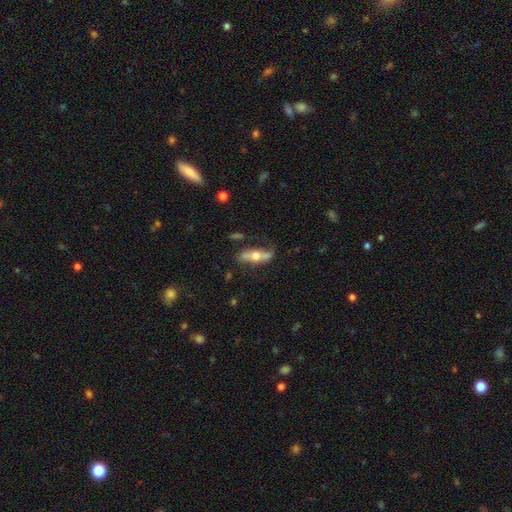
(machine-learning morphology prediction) This appears to be a featured or disk galaxy (54%) viewed edge-on (56%). Merging: none (65%).